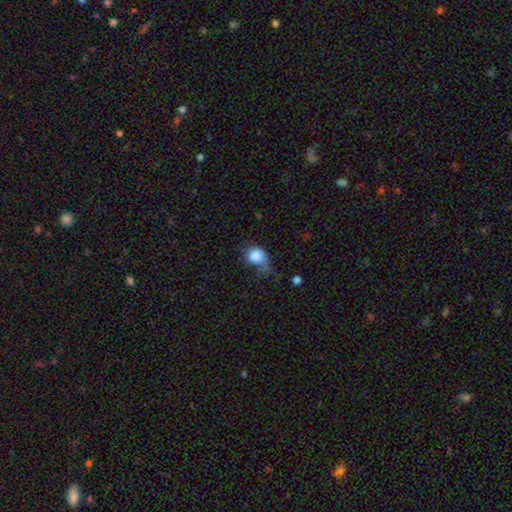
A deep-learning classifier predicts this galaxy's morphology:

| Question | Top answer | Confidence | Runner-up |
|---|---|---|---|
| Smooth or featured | smooth | 82% | featured or disk (9%) |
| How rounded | round | 66% | in between (33%) |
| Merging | minor disturbance | 35% | none (31%) |